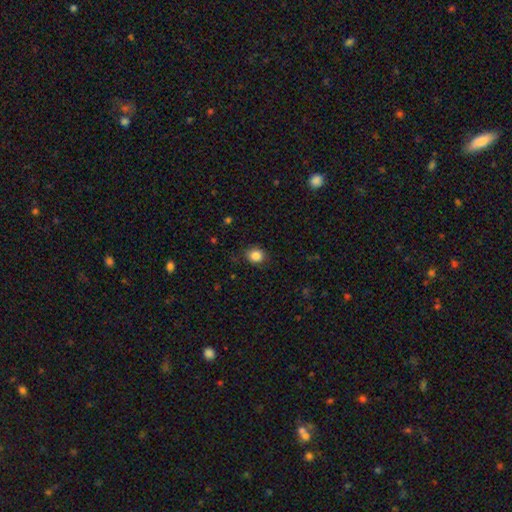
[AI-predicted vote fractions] Smooth or featured? Predicted: smooth (p=0.85). How rounded? Predicted: round (p=0.71). Merging? Predicted: none (p=0.85).